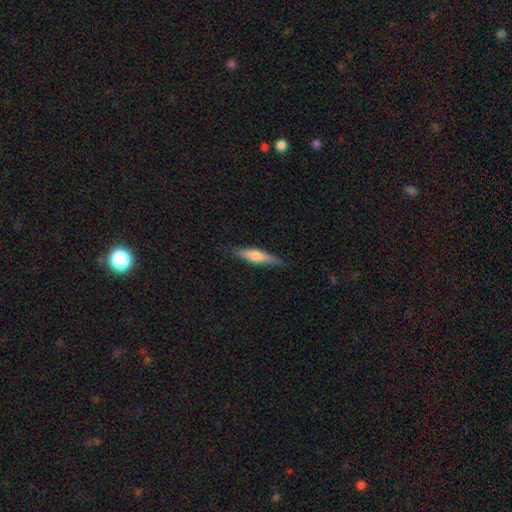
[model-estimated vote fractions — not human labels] Morphology: type=smooth (52%); roundness=cigar-shaped (79%); merging=none (84%).